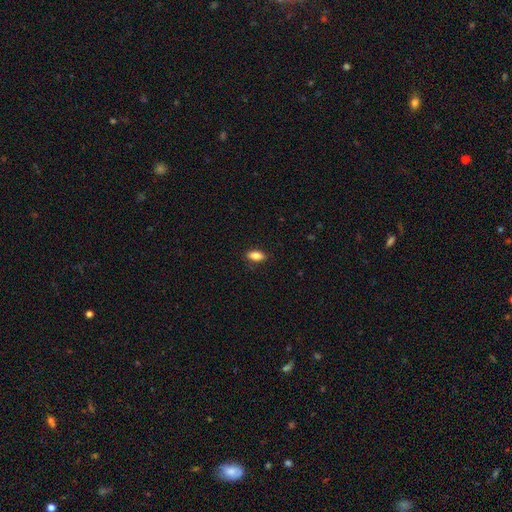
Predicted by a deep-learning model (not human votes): A smooth galaxy with no disk features (83%) that is in between round and cigar-shaped (85%). Merging: none (87%).